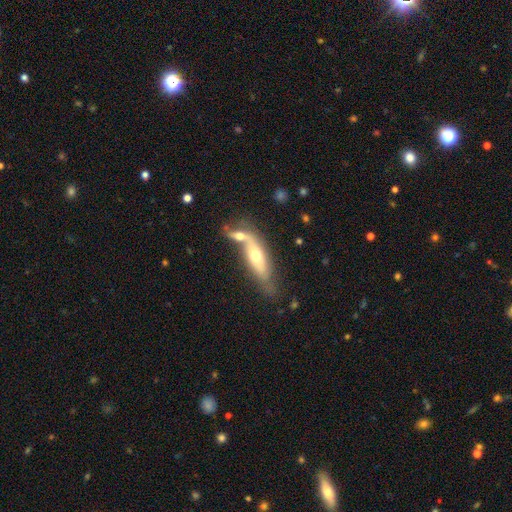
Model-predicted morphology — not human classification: Smooth or featured?
  - featured or disk: 49% *
  - smooth: 45%
  - star or artifact: 7%
Merging?
  - merger: 39% *
  - none: 37%
  - minor disturbance: 16%
  - major disturbance: 8%